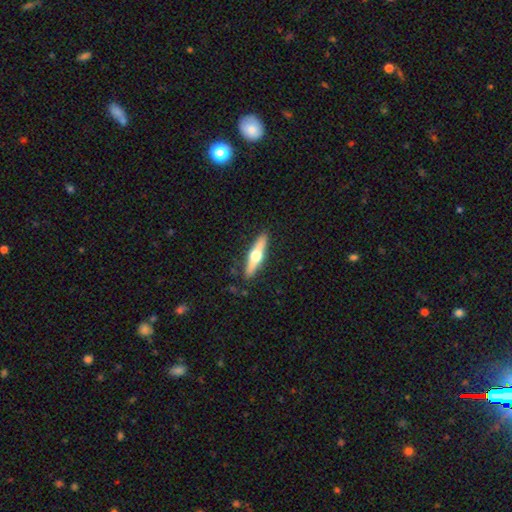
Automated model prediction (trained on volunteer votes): Q: Smooth or featured?
A: featured or disk (59%); runner-up: smooth (35%)
Q: Edge-on disk?
A: yes (94%); runner-up: no (6%)
Q: Edge-on bulge?
A: rounded (95%); runner-up: boxy (2%)
Q: Merging?
A: none (88%); runner-up: minor disturbance (8%)